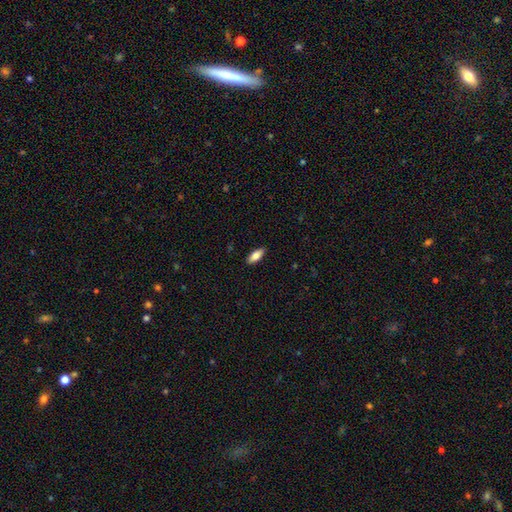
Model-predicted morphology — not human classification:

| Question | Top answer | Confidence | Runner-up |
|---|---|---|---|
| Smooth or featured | smooth | 79% | featured or disk (15%) |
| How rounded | in between | 78% | cigar-shaped (20%) |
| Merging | none | 89% | minor disturbance (8%) |